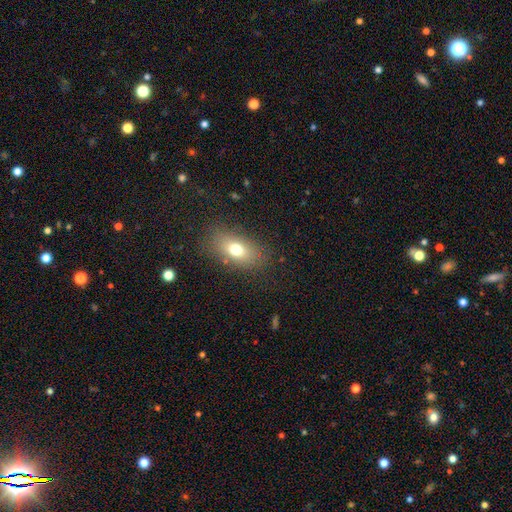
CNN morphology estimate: smooth-or-featured: smooth: 70% | featured or disk: 16% | star or artifact: 14%
  how-rounded: in between: 81% | round: 14% | cigar-shaped: 5%
  merging: none: 83% | minor disturbance: 12% | major disturbance: 4% | merger: 1%